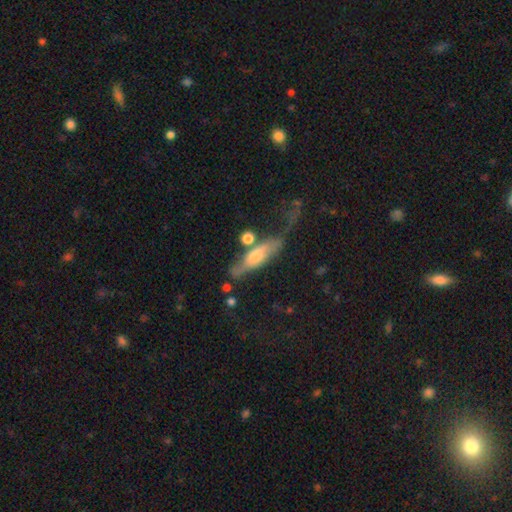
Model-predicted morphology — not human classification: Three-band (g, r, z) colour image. It shows a featured or disk galaxy (54%) viewed edge-on (58%). Merging: none (39%).